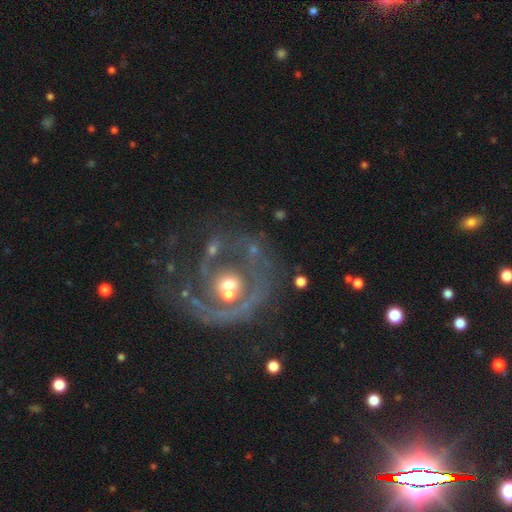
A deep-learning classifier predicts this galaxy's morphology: type=featured or disk (77%); edge-on=no (97%); bar=no (79%); spiral arms=yes (60%); bulge=moderate (62%); merging=none (49%).